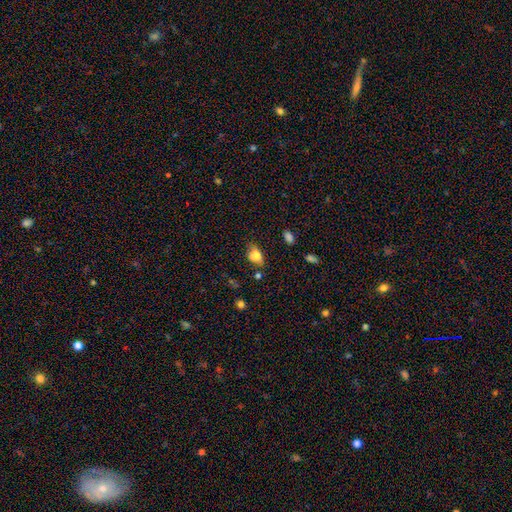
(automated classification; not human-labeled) Smooth or featured? smooth (73%)
How rounded? in between (83%)
Merging? none (51%)